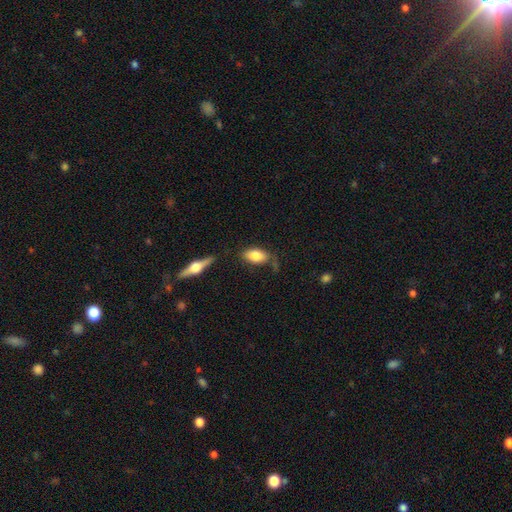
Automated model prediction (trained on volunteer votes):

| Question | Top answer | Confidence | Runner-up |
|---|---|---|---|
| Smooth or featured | smooth | 79% | featured or disk (14%) |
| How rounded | in between | 90% | round (5%) |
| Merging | none | 66% | minor disturbance (20%) |